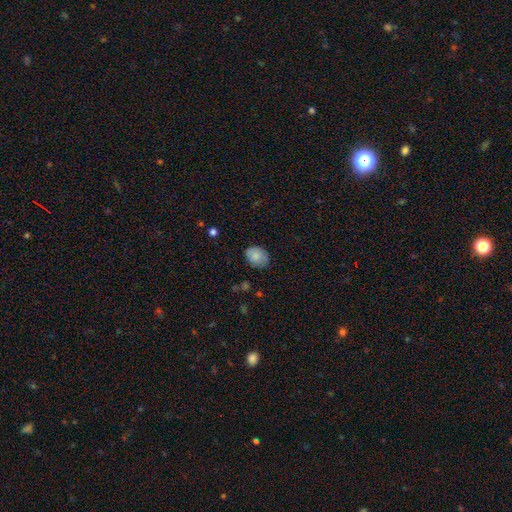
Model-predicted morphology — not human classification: smooth 83%, featured or disk 10%, star or artifact 8%. Down the decision tree: how rounded — in between (61%); merging — none (75%).